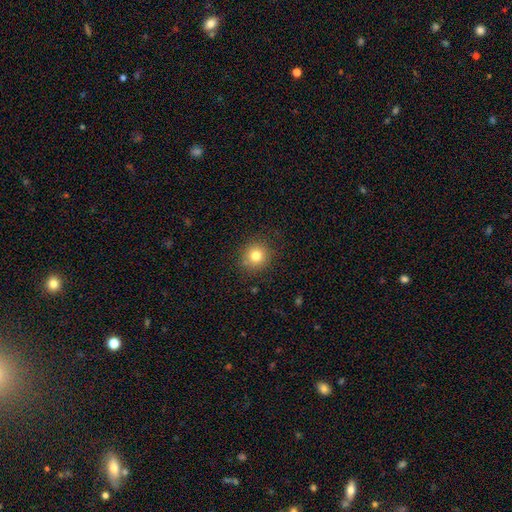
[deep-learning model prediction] Q: Smooth or featured?
A: smooth (80%); runner-up: star or artifact (13%)
Q: How rounded?
A: round (91%); runner-up: in between (8%)
Q: Merging?
A: none (88%); runner-up: minor disturbance (8%)